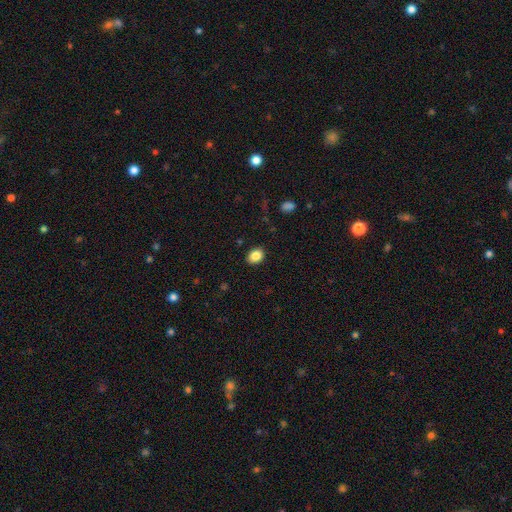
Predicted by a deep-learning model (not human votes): smooth-or-featured: smooth: 86% | star or artifact: 9% | featured or disk: 5%
  how-rounded: in between: 64% | round: 35% | cigar-shaped: 1%
  merging: none: 88% | minor disturbance: 9% | major disturbance: 2% | merger: 1%